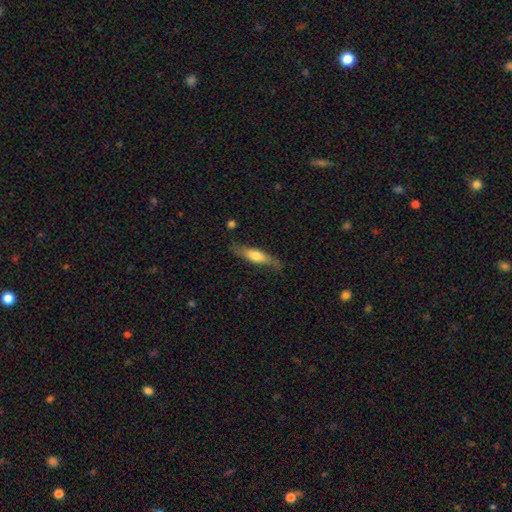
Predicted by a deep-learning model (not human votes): Smooth or featured? smooth (56%)
How rounded? cigar-shaped (70%)
Merging? none (72%)